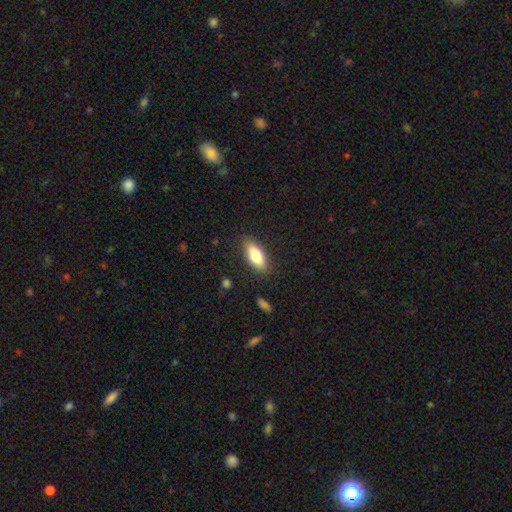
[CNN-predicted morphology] Smooth or featured? smooth (76%)
How rounded? in between (75%)
Merging? none (85%)